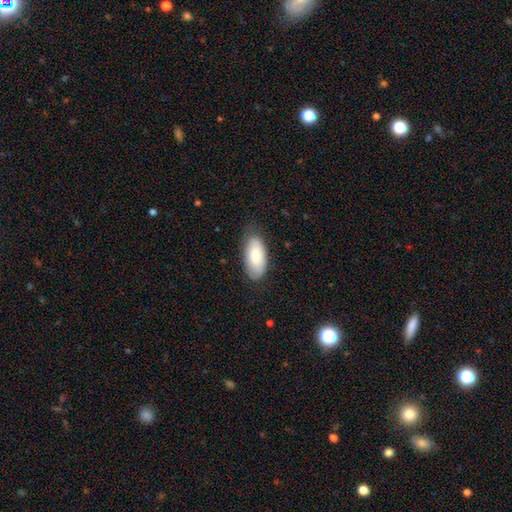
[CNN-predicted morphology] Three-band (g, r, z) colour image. It shows a smooth galaxy with no disk features (83%) that is in between round and cigar-shaped (92%). Merging: none (72%).